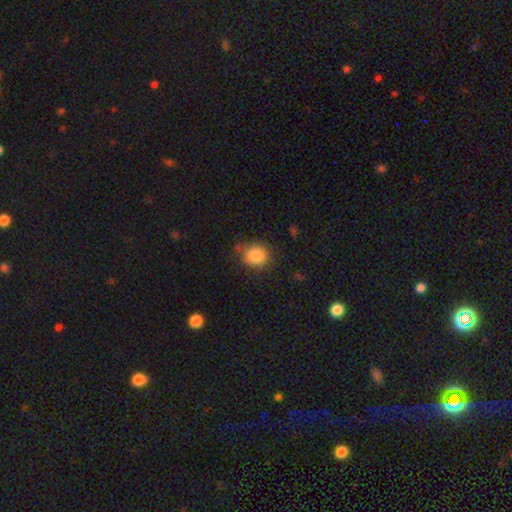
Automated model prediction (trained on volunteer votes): Smooth or featured? smooth (84%)
How rounded? round (75%)
Merging? none (77%)